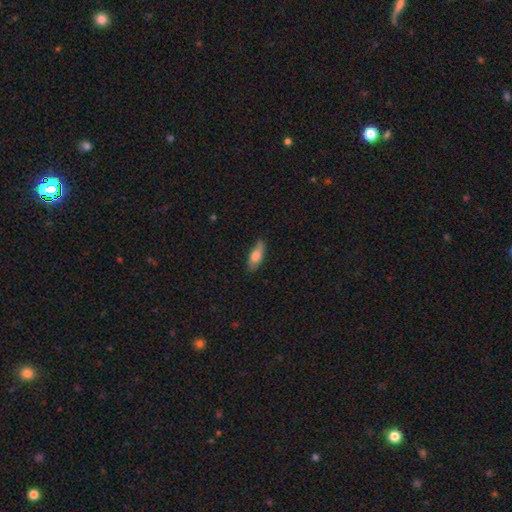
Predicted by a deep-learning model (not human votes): smooth-or-featured: smooth: 69% | featured or disk: 25% | star or artifact: 6%
  how-rounded: in between: 66% | cigar-shaped: 32% | round: 3%
  merging: none: 78% | minor disturbance: 18% | major disturbance: 3% | merger: 1%